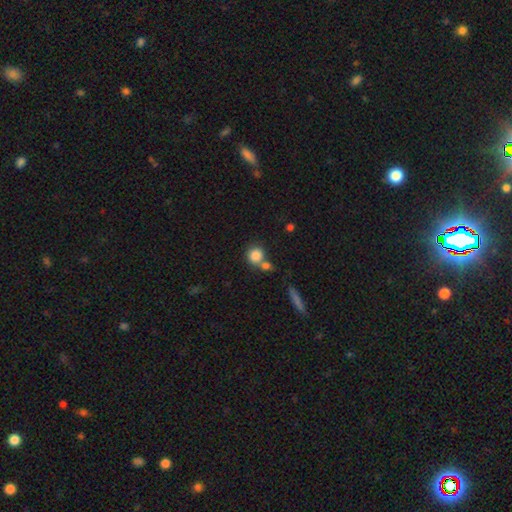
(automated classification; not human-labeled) Smooth or featured: smooth — 84% (star or artifact — 9%)
How rounded: round — 85% (in between — 13%)
Merging: none — 53% (merger — 33%)